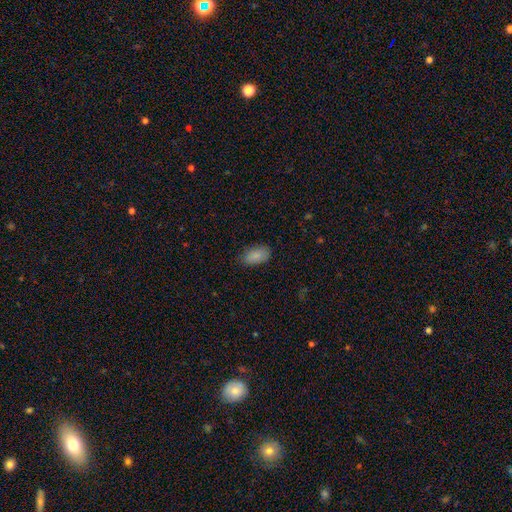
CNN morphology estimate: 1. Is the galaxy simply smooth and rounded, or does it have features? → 88% smooth, 7% star or artifact, 5% featured or disk.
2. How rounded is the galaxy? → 93% in between, 4% cigar-shaped, 3% round.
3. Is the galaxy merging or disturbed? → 80% none, 15% minor disturbance, 3% major disturbance, 1% merger.